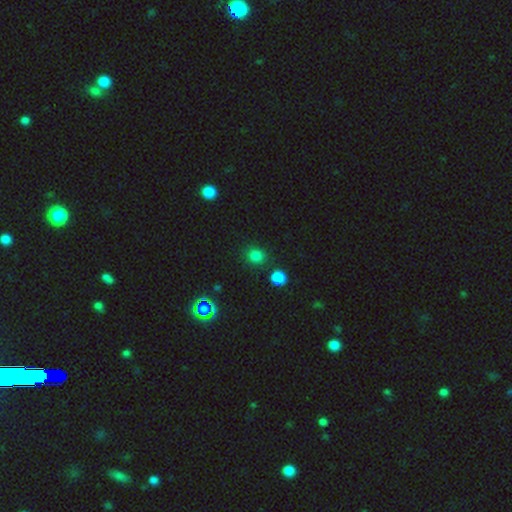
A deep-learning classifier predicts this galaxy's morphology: A smooth galaxy with no disk features (77%) that is round (81%). Merging: none (84%).